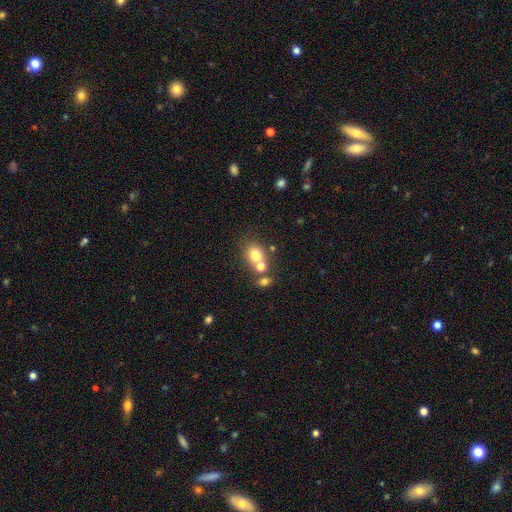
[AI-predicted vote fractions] Smooth or featured? smooth (74%)
How rounded? round (62%)
Merging? none (47%)